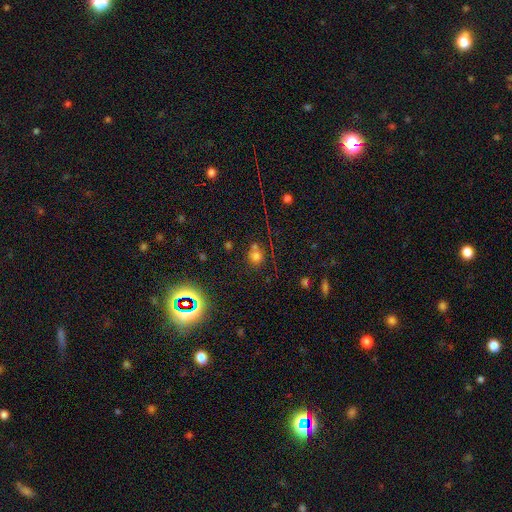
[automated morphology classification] A smooth galaxy with no disk features (65%) that is round (84%). Merging: none (60%).